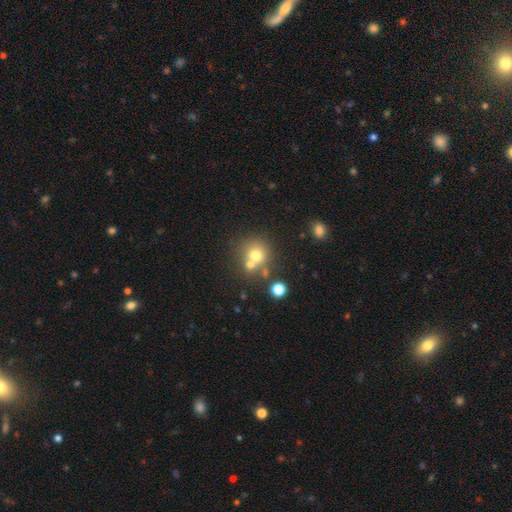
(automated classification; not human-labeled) A smooth galaxy with no disk features (69%) that is round (87%).

Vote fractions:
- Smooth or featured? smooth: 69% / star or artifact: 15% / featured or disk: 15%
- How rounded? round: 87% / in between: 12% / cigar-shaped: 1%
- Merging? none: 53% / merger: 34% / minor disturbance: 9% / major disturbance: 4%